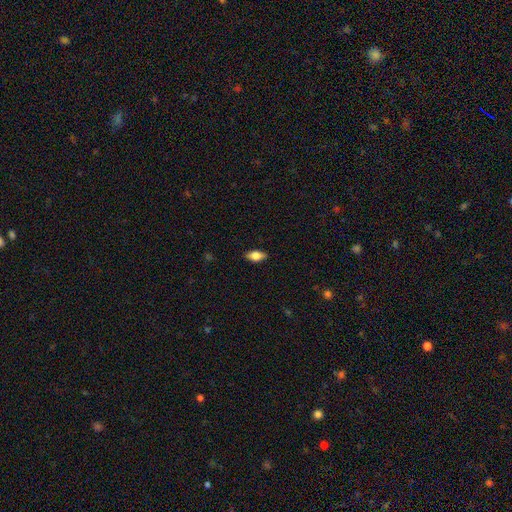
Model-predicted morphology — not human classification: smooth_or_featured: smooth (p=0.77) [alt: featured or disk p=0.16]
how_rounded: in between (p=0.88) [alt: cigar-shaped p=0.08]
merging: none (p=0.87) [alt: minor disturbance p=0.10]